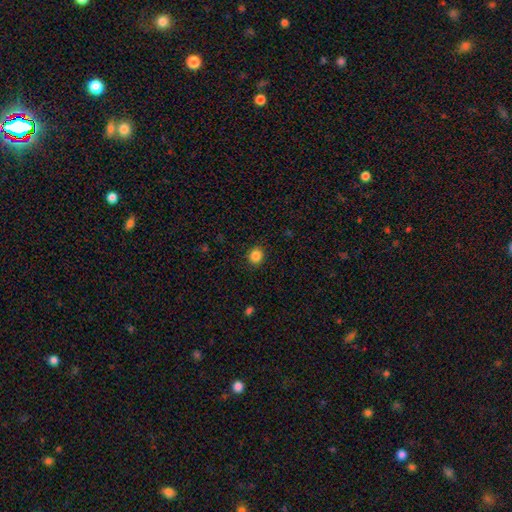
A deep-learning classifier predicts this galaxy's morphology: Smooth or featured?
  - smooth: 86% *
  - star or artifact: 11%
  - featured or disk: 3%
How rounded?
  - round: 79% *
  - in between: 21%
  - cigar-shaped: 1%
Merging?
  - none: 90% *
  - minor disturbance: 7%
  - major disturbance: 2%
  - merger: 1%